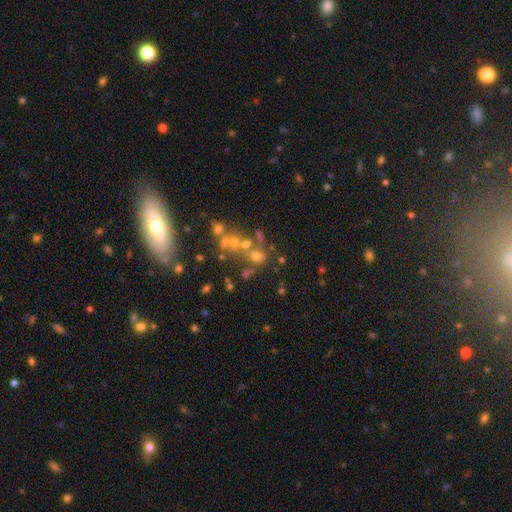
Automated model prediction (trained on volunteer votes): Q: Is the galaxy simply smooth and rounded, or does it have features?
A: smooth — 40%.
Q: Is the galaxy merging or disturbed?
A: none — 48%.